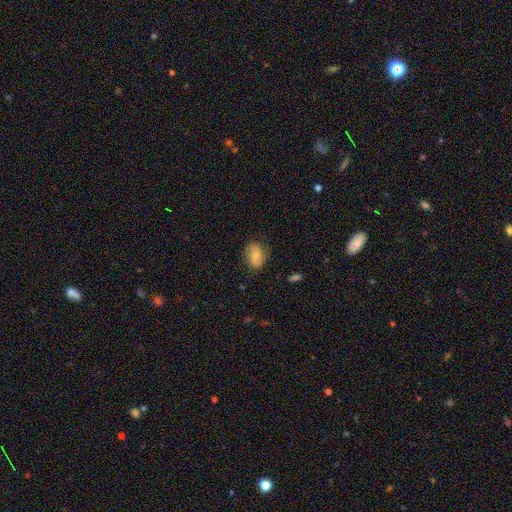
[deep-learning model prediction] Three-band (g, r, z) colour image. It shows a smooth galaxy with no disk features (76%) that is in between round and cigar-shaped (79%). Merging: none (74%).